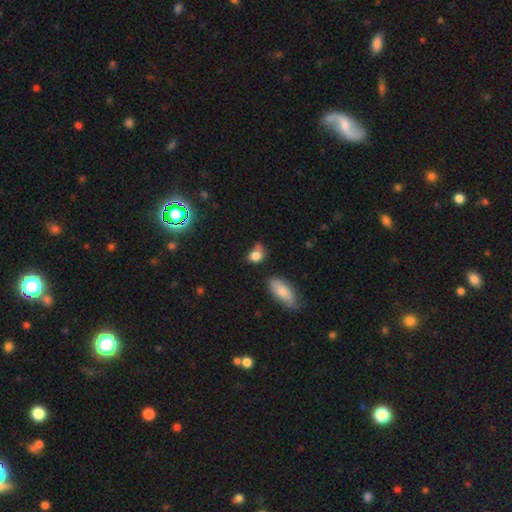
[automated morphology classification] type=smooth (80%); roundness=in between (63%); merging=minor disturbance (36%, tied with none).